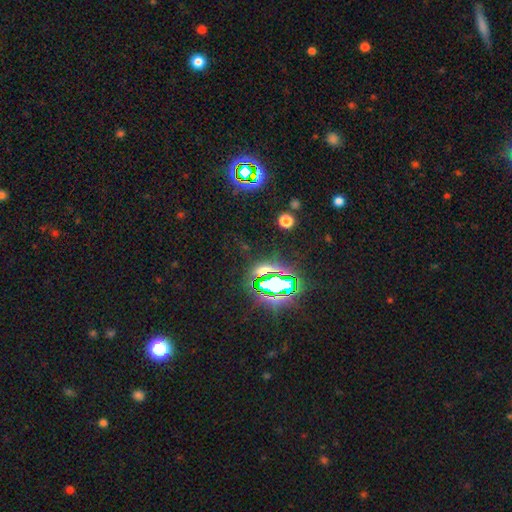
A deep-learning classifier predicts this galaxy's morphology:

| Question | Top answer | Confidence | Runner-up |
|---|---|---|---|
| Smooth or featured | star or artifact | 81% | smooth (12%) |